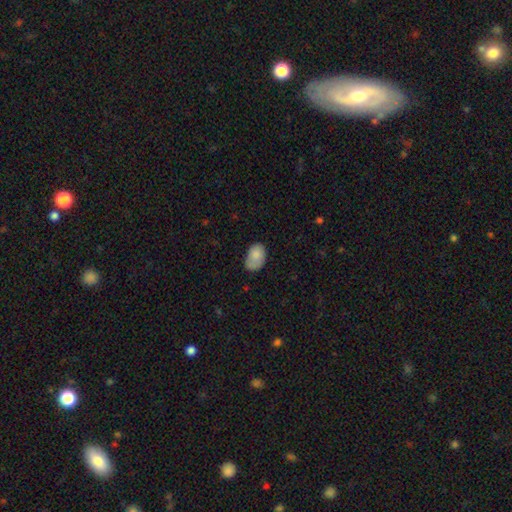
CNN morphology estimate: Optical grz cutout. It shows a smooth galaxy with no disk features (83%) that is in between round and cigar-shaped (86%). Merging: none (51%).